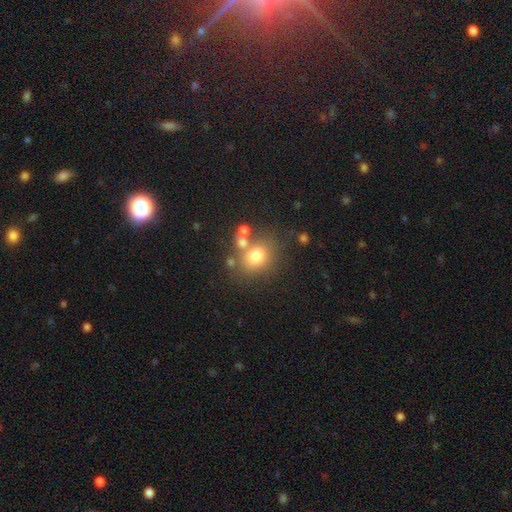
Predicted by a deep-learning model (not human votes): This is likely a smooth galaxy (73%). How rounded: likely round (67%). Merging: likely none (63%).